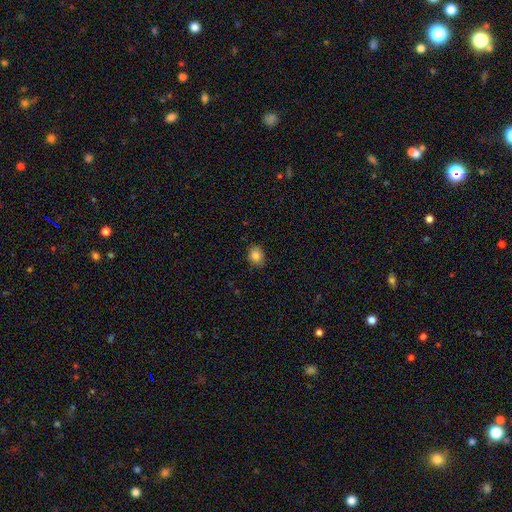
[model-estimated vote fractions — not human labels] Smooth or featured?
  - smooth: 84% *
  - star or artifact: 10%
  - featured or disk: 6%
How rounded?
  - round: 56% *
  - in between: 43%
  - cigar-shaped: 1%
Merging?
  - none: 84% *
  - minor disturbance: 12%
  - major disturbance: 2%
  - merger: 1%